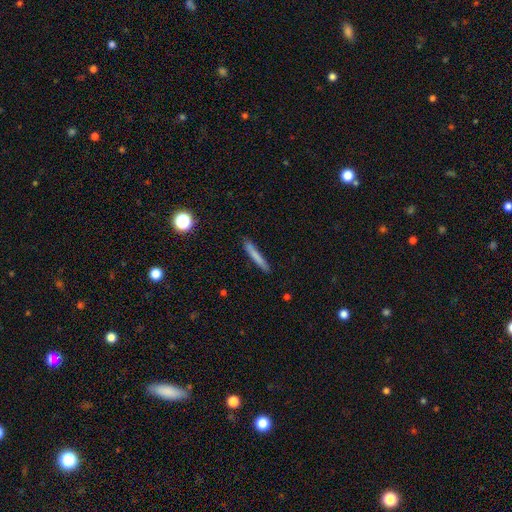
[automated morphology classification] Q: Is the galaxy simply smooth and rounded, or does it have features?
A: smooth — 74%.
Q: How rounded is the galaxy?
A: cigar-shaped — 95%.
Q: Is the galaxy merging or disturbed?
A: none — 85%.